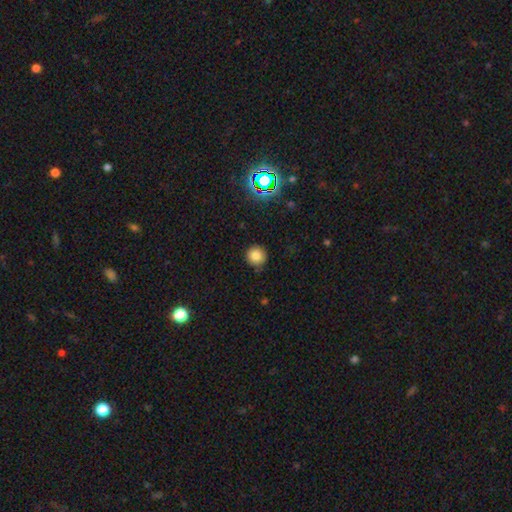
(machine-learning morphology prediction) Smooth or featured: smooth — 81% (star or artifact — 14%)
How rounded: round — 94% (in between — 5%)
Merging: none — 85% (minor disturbance — 11%)